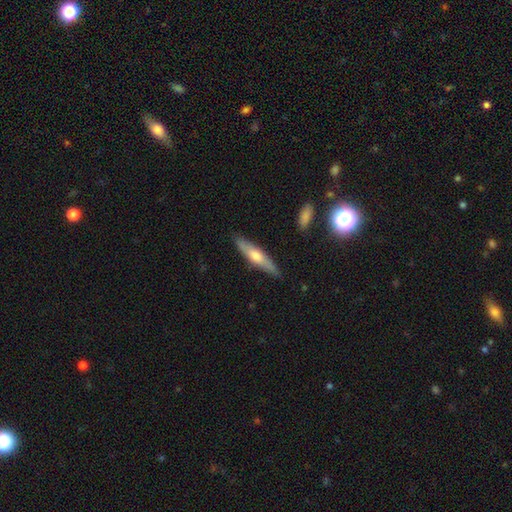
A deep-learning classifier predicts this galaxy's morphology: Smooth or featured: smooth — 48% (featured or disk — 46%)
Merging: none — 86% (minor disturbance — 11%)